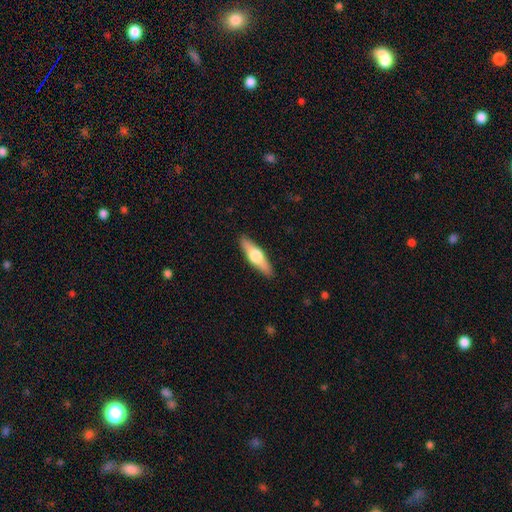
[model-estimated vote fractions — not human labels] Morphology: type=featured or disk (49%); merging=none (90%).